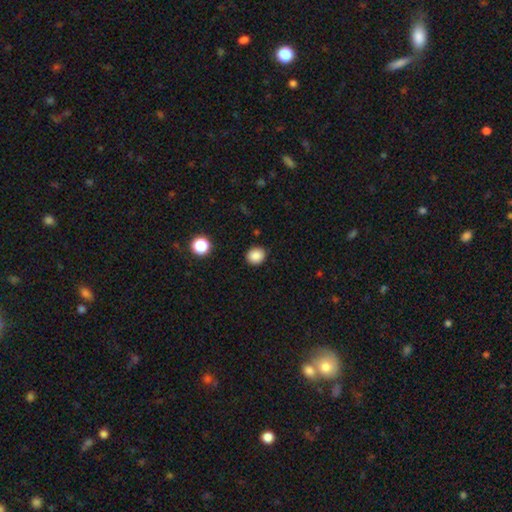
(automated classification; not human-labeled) smooth-or-featured: smooth: 87% | star or artifact: 11% | featured or disk: 3%
  how-rounded: round: 81% | in between: 18% | cigar-shaped: 1%
  merging: none: 89% | minor disturbance: 7% | major disturbance: 2% | merger: 1%